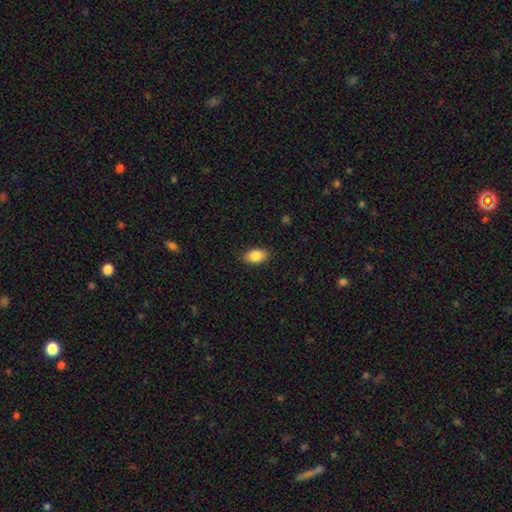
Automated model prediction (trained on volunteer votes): Overall: smooth (86%). How rounded: in between (91%). Merging: none (86%).